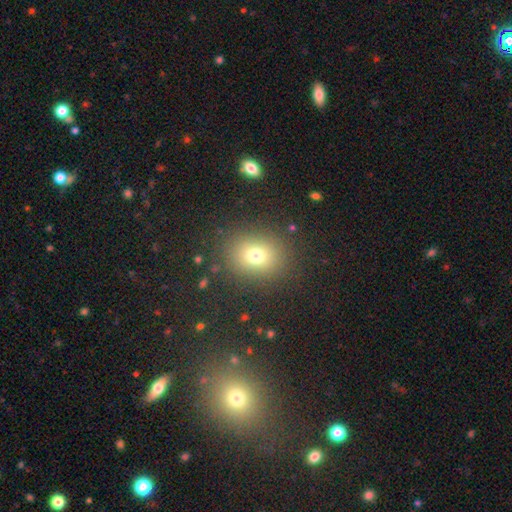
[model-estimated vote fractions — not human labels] Overall: smooth (73%). How rounded: round (67%; in between 32%). Merging: none (86%).